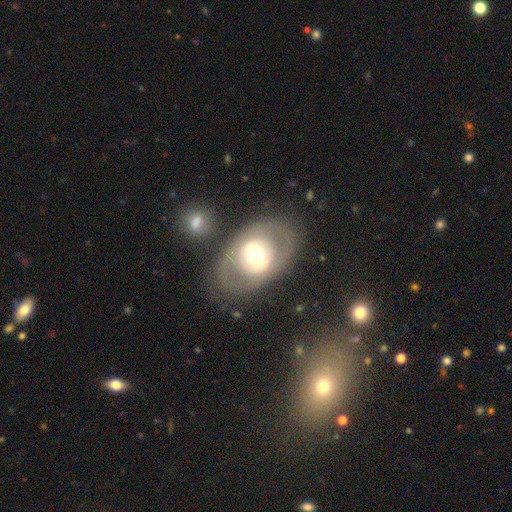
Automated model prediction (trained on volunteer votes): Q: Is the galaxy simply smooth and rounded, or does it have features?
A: featured or disk — 61%.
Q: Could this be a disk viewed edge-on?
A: no — 92%.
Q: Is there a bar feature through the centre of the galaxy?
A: no — 51%.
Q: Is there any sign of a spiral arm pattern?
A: no — 76%.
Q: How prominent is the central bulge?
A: moderate — 66%.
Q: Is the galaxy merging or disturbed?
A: none — 73%.